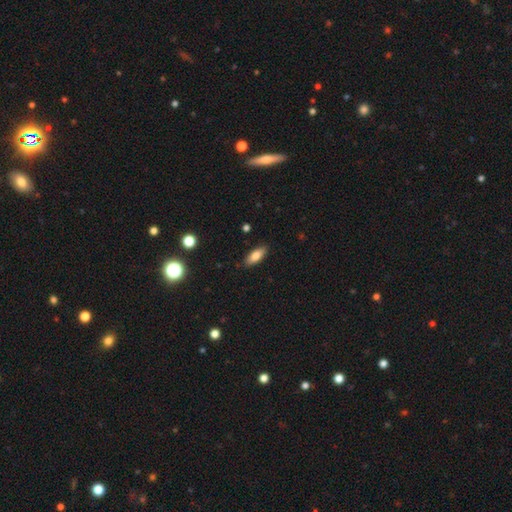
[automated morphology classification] Smooth or featured? smooth (78%)
How rounded? in between (72%)
Merging? none (87%)